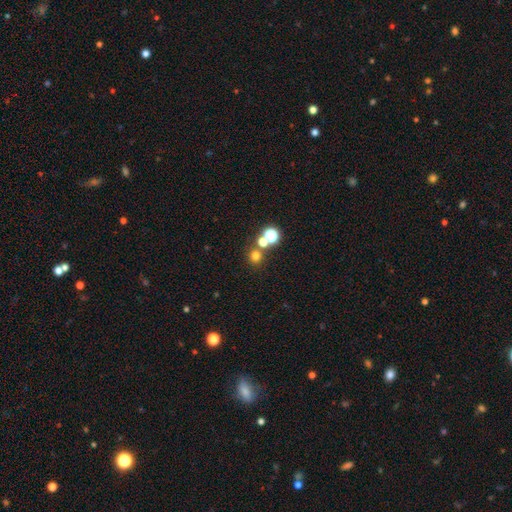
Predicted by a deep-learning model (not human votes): A smooth galaxy with no disk features (68%) that is round (89%). Merging: none (66%).